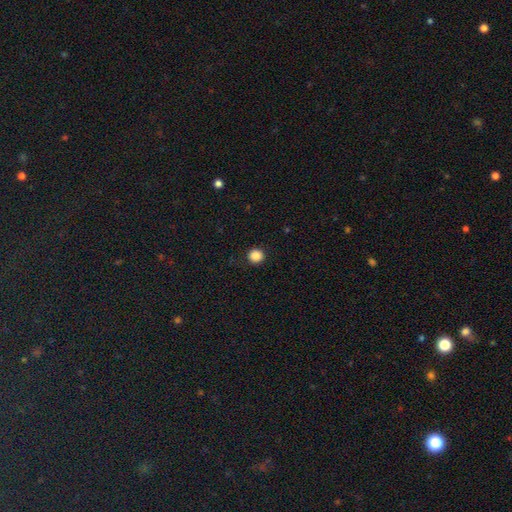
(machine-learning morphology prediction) Smooth or featured: smooth — 87% (star or artifact — 11%)
How rounded: round — 93% (in between — 6%)
Merging: none — 91% (minor disturbance — 6%)